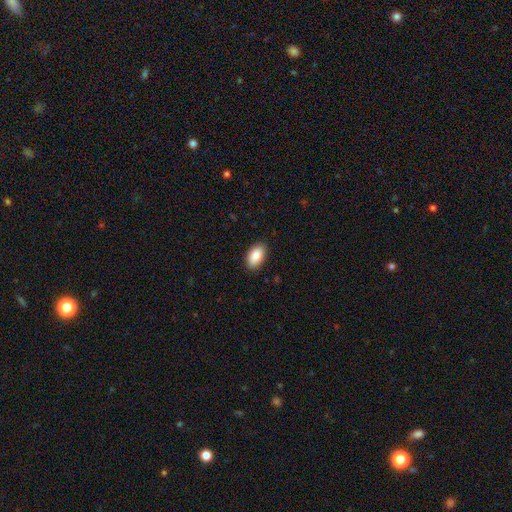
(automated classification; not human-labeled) A smooth galaxy with no disk features (89%) that is in between round and cigar-shaped (94%).

Vote fractions:
- Smooth or featured? smooth: 89% / star or artifact: 7% / featured or disk: 5%
- How rounded? in between: 94% / round: 4% / cigar-shaped: 2%
- Merging? none: 88% / minor disturbance: 9% / major disturbance: 2% / merger: 1%